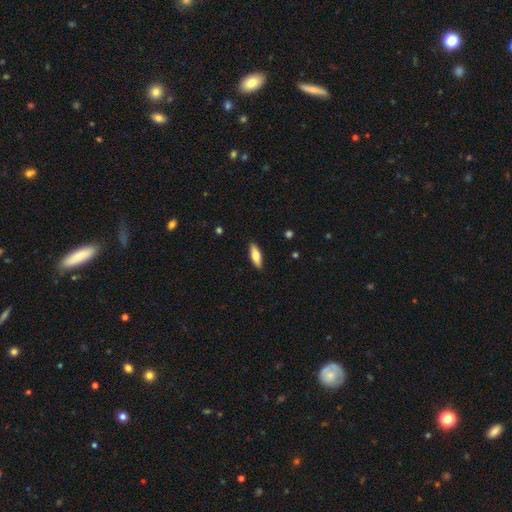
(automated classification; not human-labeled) Smooth or featured? Predicted: smooth (p=0.72). How rounded? Predicted: in between (p=0.61). Merging? Predicted: none (p=0.88).